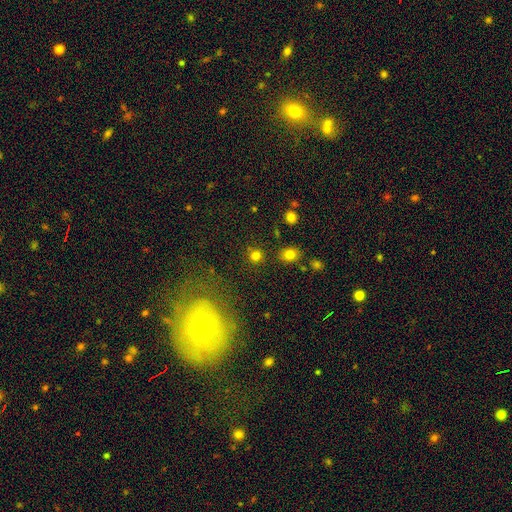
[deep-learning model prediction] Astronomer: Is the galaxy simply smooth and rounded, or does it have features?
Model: smooth — 79%.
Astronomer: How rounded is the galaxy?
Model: round — 90%.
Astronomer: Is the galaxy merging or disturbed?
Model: none — 85%.